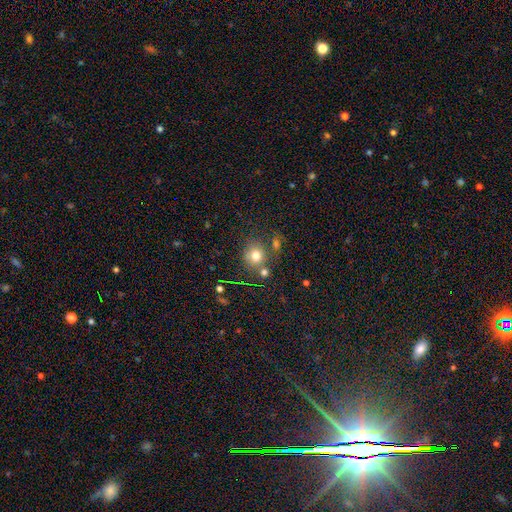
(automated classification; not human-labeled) smooth_or_featured: smooth (p=0.76) [alt: star or artifact p=0.15]
how_rounded: round (p=0.88) [alt: in between p=0.11]
merging: none (p=0.70) [alt: merger p=0.14]